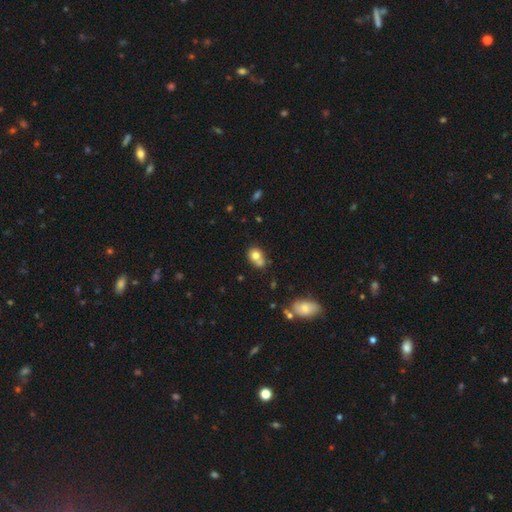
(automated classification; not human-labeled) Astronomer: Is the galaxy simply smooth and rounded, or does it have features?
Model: smooth — 75%.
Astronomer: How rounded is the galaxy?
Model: round — 58% (runner-up: in between, 41%).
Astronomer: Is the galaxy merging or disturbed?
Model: merger — 42% (runner-up: none, 40%).